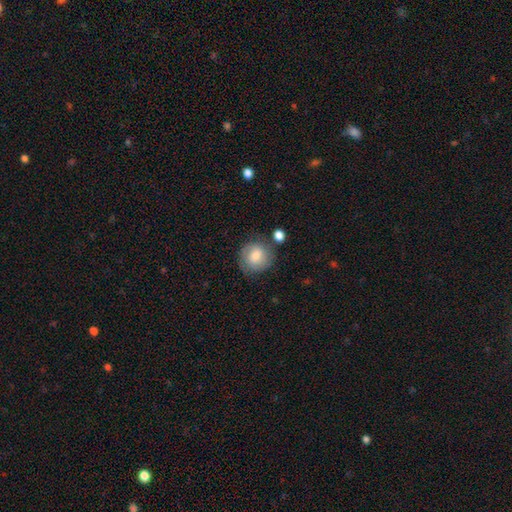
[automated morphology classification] Overall: smooth (67%). How rounded: round (87%). Merging: none (72%).